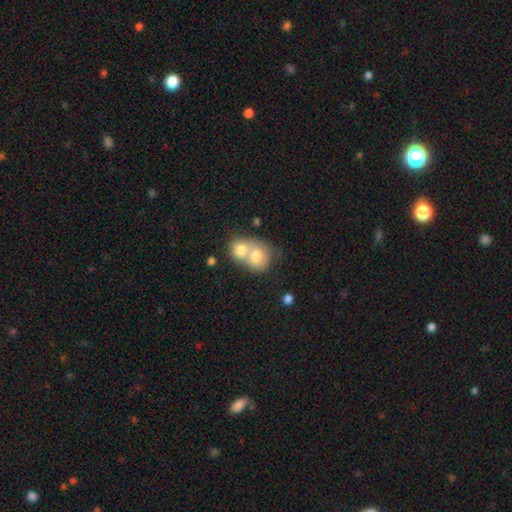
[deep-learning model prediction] A smooth galaxy with no disk features (70%) that is round (61%). Merging: merger (75%).